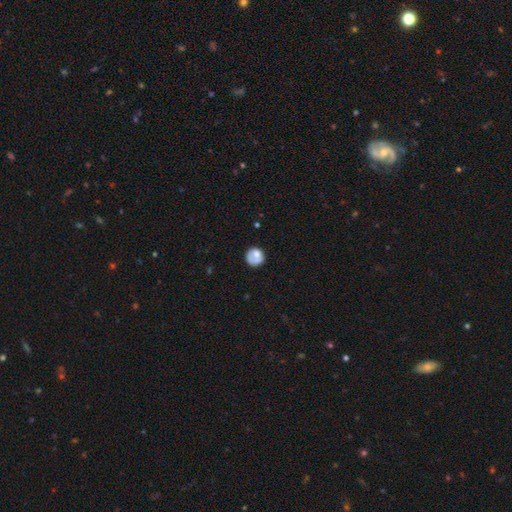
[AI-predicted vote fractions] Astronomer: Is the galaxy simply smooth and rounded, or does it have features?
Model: smooth — 67%.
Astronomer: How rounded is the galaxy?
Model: round — 85%.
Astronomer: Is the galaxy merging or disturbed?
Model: none — 57%.